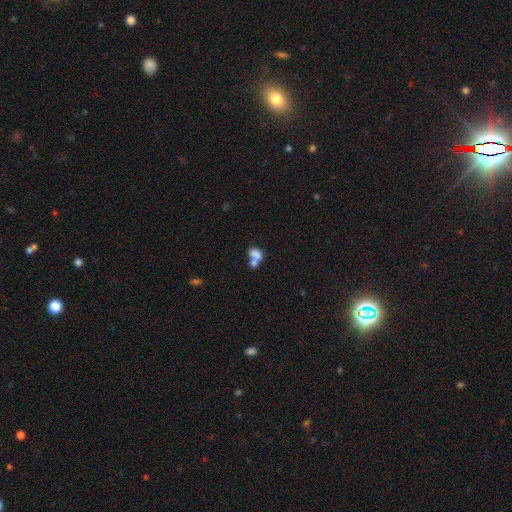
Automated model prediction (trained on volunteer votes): Smooth or featured?
  - smooth: 74% *
  - featured or disk: 16%
  - star or artifact: 10%
How rounded?
  - in between: 81% *
  - round: 16%
  - cigar-shaped: 3%
Merging?
  - merger: 66% *
  - none: 20%
  - minor disturbance: 8%
  - major disturbance: 6%